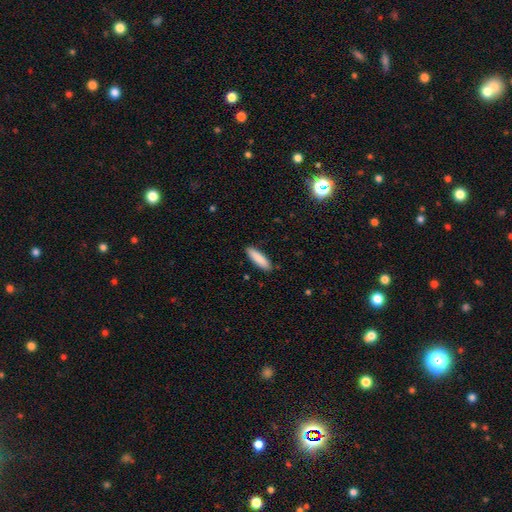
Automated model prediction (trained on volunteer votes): Smooth or featured? smooth (85%)
How rounded? cigar-shaped (73%)
Merging? none (90%)